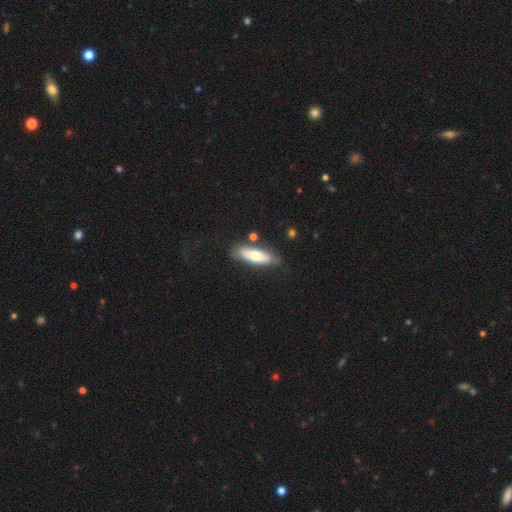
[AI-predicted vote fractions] A smooth galaxy with no disk features (63%) that is in between round and cigar-shaped (56%). Merging: none (78%).